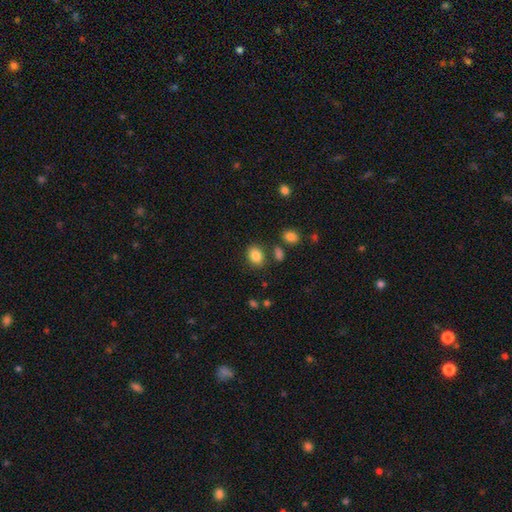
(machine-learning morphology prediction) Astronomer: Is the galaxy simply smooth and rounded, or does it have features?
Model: smooth — 85%.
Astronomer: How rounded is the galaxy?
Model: in between — 63%.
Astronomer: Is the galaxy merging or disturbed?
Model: none — 80%.